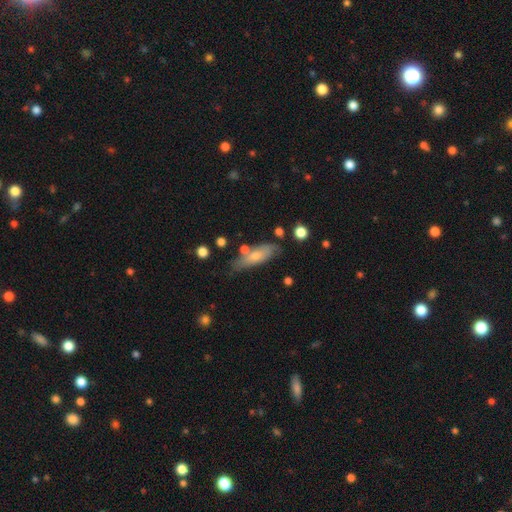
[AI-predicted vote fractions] This is likely a smooth galaxy (64%). How rounded: possibly in between (54%). Merging: likely none (60%).